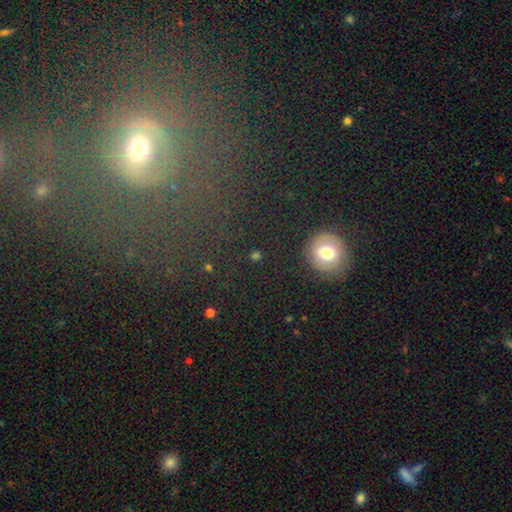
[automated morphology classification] A smooth galaxy with no disk features (60%) that is round (85%).

Vote fractions:
- Smooth or featured? smooth: 60% / star or artifact: 26% / featured or disk: 15%
- How rounded? round: 85% / in between: 13% / cigar-shaped: 2%
- Merging? none: 87% / minor disturbance: 7% / major disturbance: 4% / merger: 3%